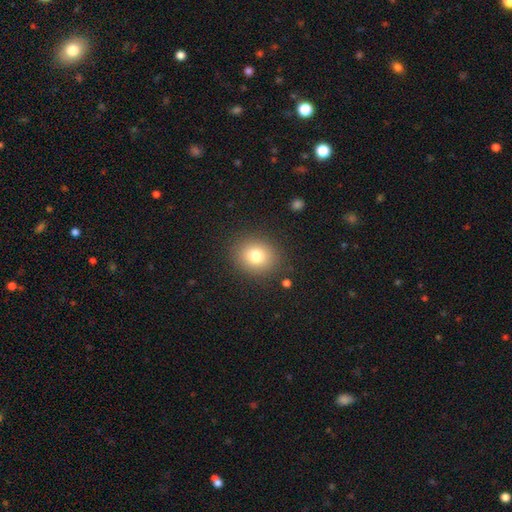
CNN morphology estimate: type=smooth (78%); roundness=round (75%); merging=none (88%).